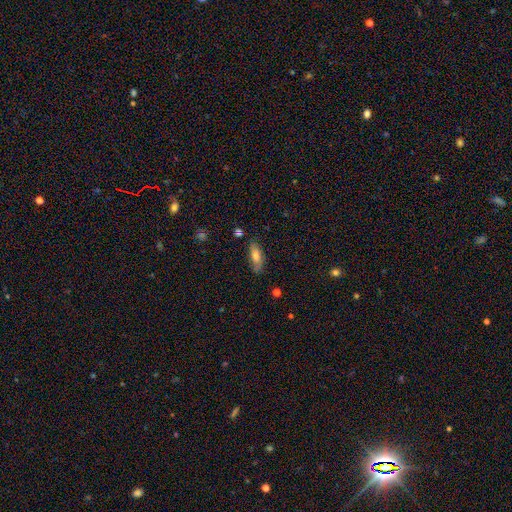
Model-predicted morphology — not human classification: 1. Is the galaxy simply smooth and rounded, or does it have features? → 71% smooth, 21% featured or disk, 8% star or artifact.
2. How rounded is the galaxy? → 71% in between, 26% cigar-shaped, 3% round.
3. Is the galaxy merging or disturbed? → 73% none, 20% minor disturbance, 4% major disturbance, 3% merger.